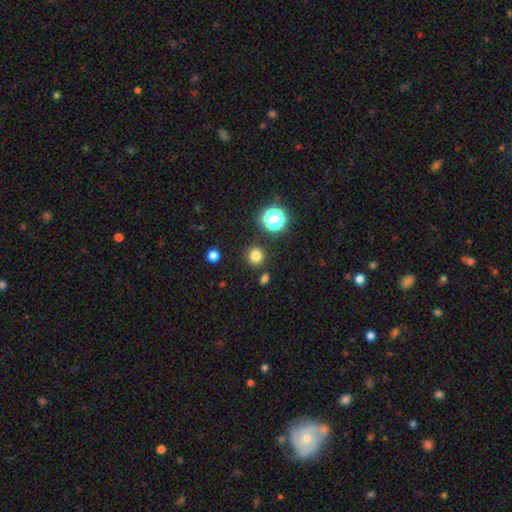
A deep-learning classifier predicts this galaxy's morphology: The model was most divided on "smooth or featured": smooth: 78%, star or artifact: 17%, featured or disk: 5%. More confident: how rounded — round (93%); merging — none (88%).